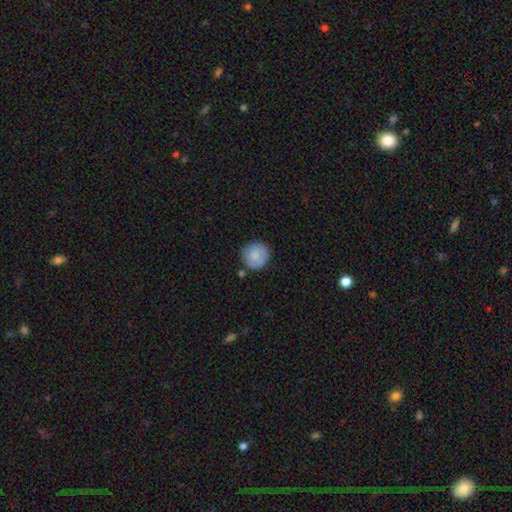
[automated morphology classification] The model was most divided on "smooth or featured": smooth: 78%, featured or disk: 16%, star or artifact: 7%. More confident: how rounded — round (93%); merging — none (79%).